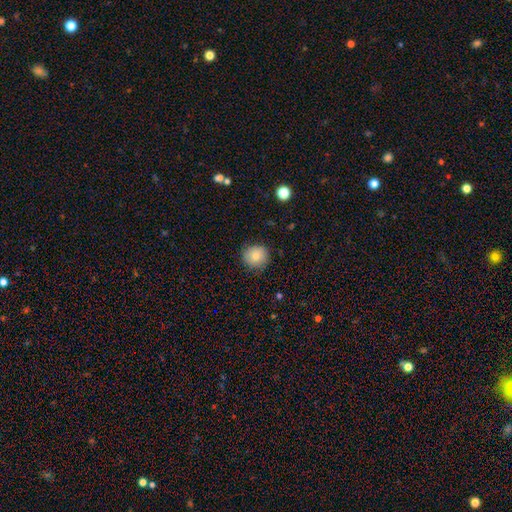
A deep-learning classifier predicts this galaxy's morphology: The model was most divided on "smooth or featured": smooth: 81%, featured or disk: 10%, star or artifact: 9%. More confident: how rounded — round (90%); merging — none (85%).